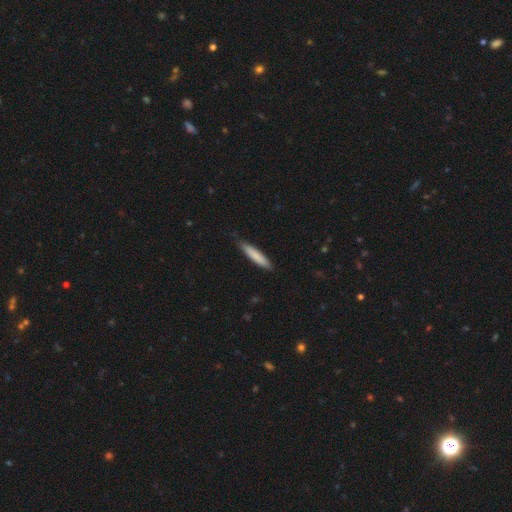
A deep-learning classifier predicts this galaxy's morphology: smooth-or-featured: smooth: 81% | featured or disk: 14% | star or artifact: 5%
  how-rounded: cigar-shaped: 88% | in between: 11% | round: 1%
  merging: none: 79% | minor disturbance: 18% | major disturbance: 2% | merger: 1%